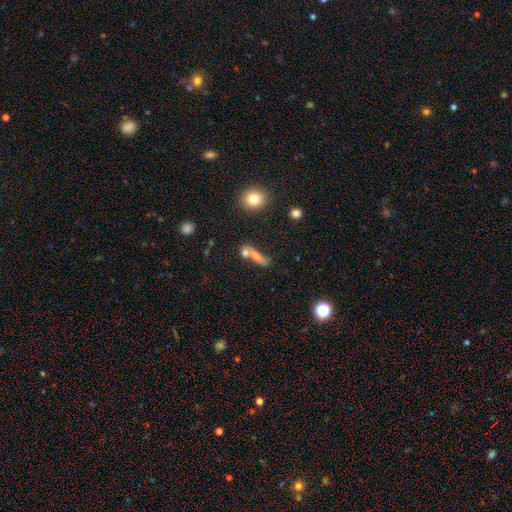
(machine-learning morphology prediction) smooth_or_featured: smooth (p=0.63) [alt: featured or disk p=0.25]
how_rounded: cigar-shaped (p=0.53) [alt: in between p=0.35]
merging: merger (p=0.42) [alt: none p=0.40]